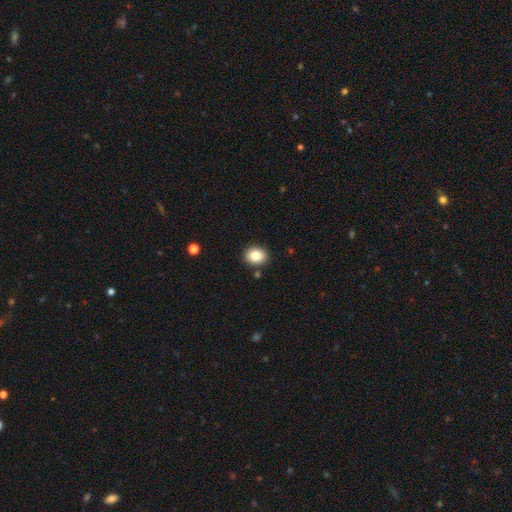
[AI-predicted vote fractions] This appears to be a smooth galaxy with no disk features (84%) that is round (55%). Merging: none (88%).